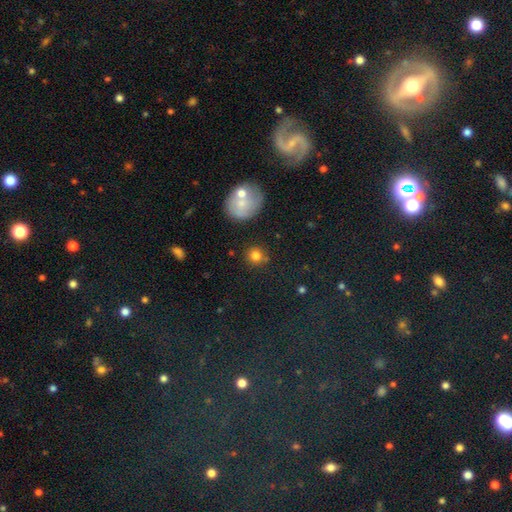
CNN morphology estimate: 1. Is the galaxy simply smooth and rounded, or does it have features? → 80% smooth, 12% star or artifact, 7% featured or disk.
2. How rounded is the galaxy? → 91% round, 8% in between, 1% cigar-shaped.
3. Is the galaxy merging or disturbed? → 79% none, 10% minor disturbance, 8% merger, 3% major disturbance.